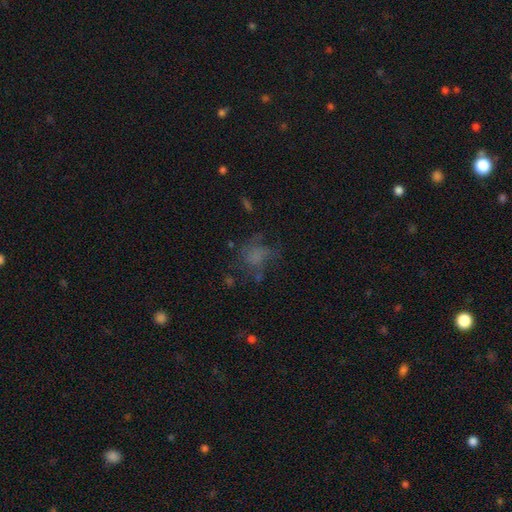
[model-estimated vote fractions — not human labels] Smooth or featured: smooth — 48% (featured or disk — 32%)
Merging: none — 47% (major disturbance — 30%)